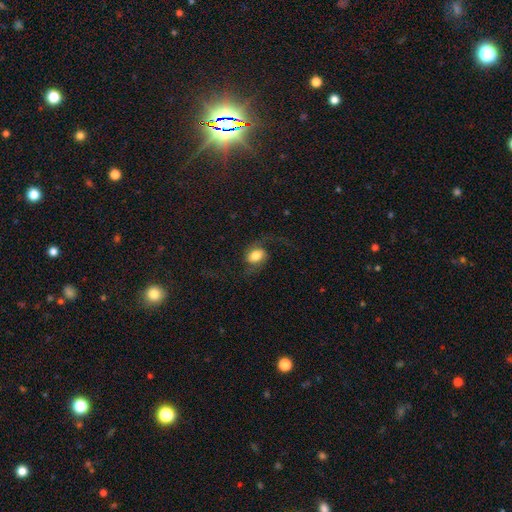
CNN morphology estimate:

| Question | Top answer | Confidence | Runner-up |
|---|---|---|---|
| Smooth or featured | featured or disk | 54% | smooth (37%) |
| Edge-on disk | no | 96% | yes (4%) |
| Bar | no | 54% | weak (33%) |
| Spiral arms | yes | 90% | no (10%) |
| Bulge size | large | 37% | tied: moderate (37%) |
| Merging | none | 62% | major disturbance (21%) |